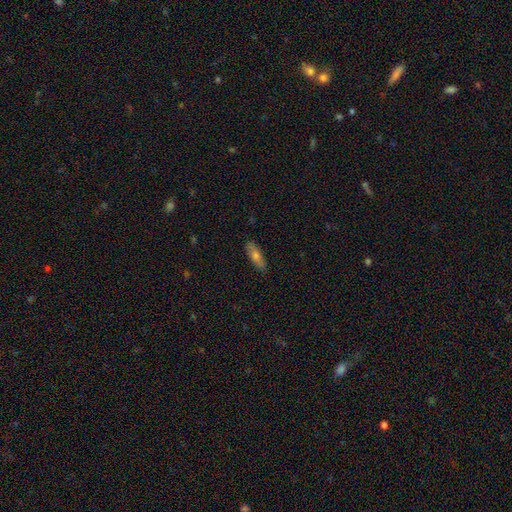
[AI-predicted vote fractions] Smooth or featured: smooth — 62% (featured or disk — 30%)
How rounded: cigar-shaped — 57% (in between — 41%)
Merging: none — 86% (minor disturbance — 11%)